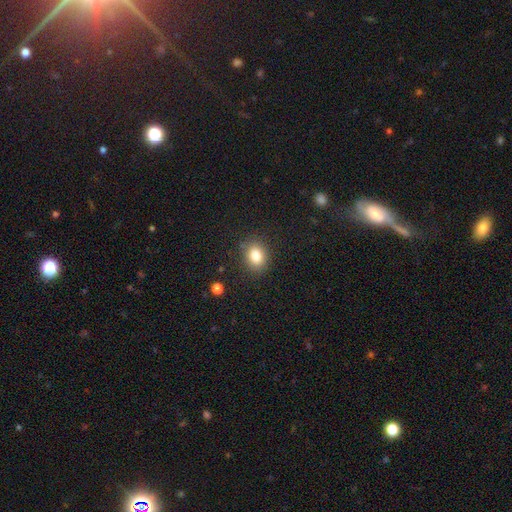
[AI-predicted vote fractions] Smooth or featured? smooth (83%)
How rounded? in between (51%)
Merging? none (84%)